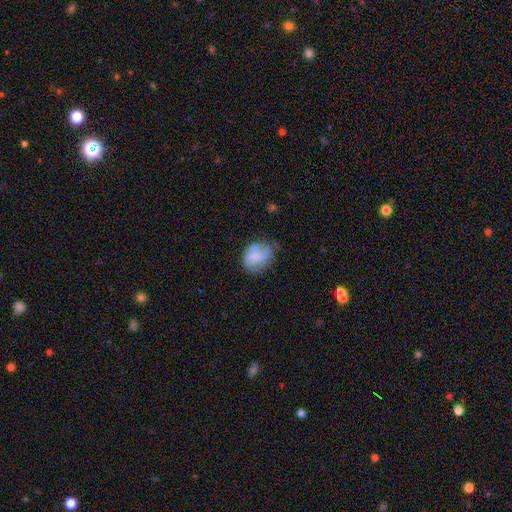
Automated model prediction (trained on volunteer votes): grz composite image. It shows a smooth galaxy with no disk features (64%) that is round (52%). Merging: none (43%).